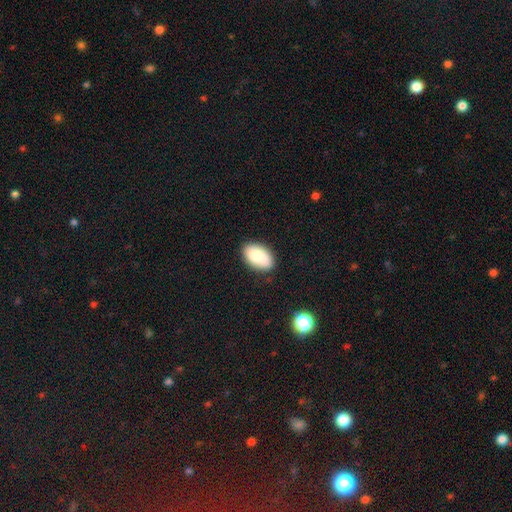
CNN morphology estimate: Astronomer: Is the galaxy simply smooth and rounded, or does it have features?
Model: smooth — 85%.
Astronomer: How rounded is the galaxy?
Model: in between — 94%.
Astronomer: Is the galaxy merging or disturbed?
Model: none — 83%.